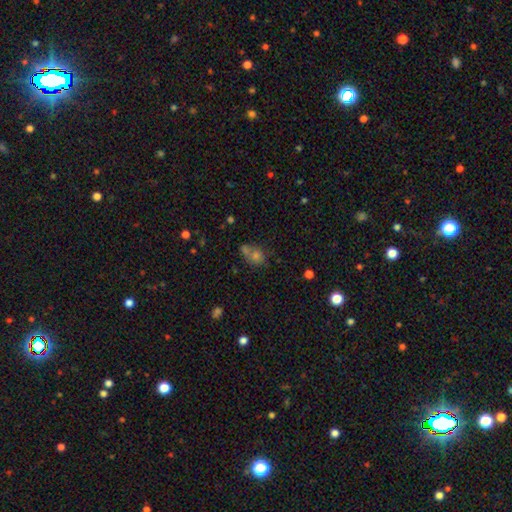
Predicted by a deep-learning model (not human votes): smooth_or_featured: smooth (p=0.65) [alt: star or artifact p=0.22]
how_rounded: round (p=0.70) [alt: in between p=0.29]
merging: none (p=0.44) [alt: merger p=0.39]